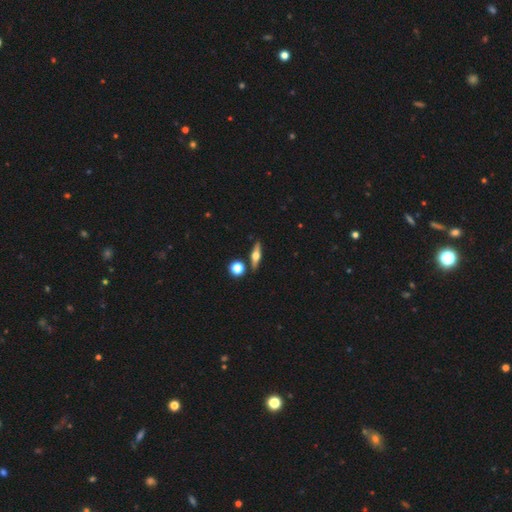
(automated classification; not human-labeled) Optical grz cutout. It shows a featured or disk galaxy (60%) viewed edge-on (94%) with a rounded central bulge (95%). Merging: none (84%).